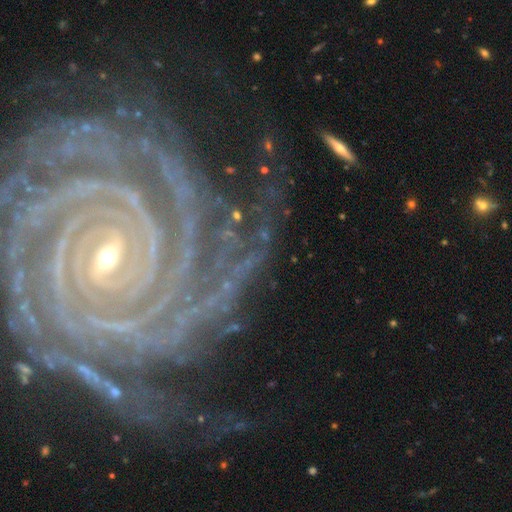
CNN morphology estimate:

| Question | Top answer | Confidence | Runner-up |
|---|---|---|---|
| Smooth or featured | featured or disk | 91% | star or artifact (6%) |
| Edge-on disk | no | 98% | yes (2%) |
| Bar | no | 35% | strong (34%) |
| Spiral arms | yes | 99% | no (1%) |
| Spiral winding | tight | 90% | medium (8%) |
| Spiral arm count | more than 4 | 25% | 4 (21%) |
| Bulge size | small | 72% | moderate (25%) |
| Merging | none | 78% | minor disturbance (13%) |